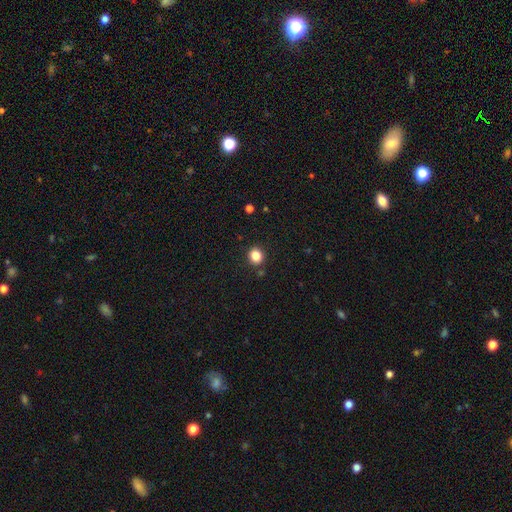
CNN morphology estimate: smooth-or-featured: smooth: 84% | star or artifact: 12% | featured or disk: 4%
  how-rounded: round: 83% | in between: 16% | cigar-shaped: 1%
  merging: none: 89% | minor disturbance: 7% | merger: 3% | major disturbance: 2%